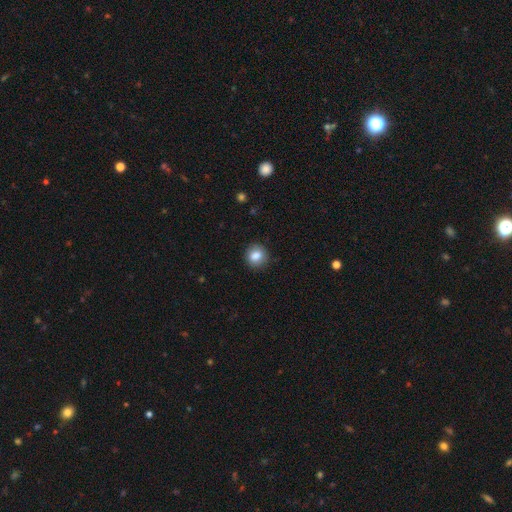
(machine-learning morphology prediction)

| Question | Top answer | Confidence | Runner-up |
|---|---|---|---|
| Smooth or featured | smooth | 85% | star or artifact (9%) |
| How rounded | round | 82% | in between (17%) |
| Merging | none | 86% | minor disturbance (10%) |